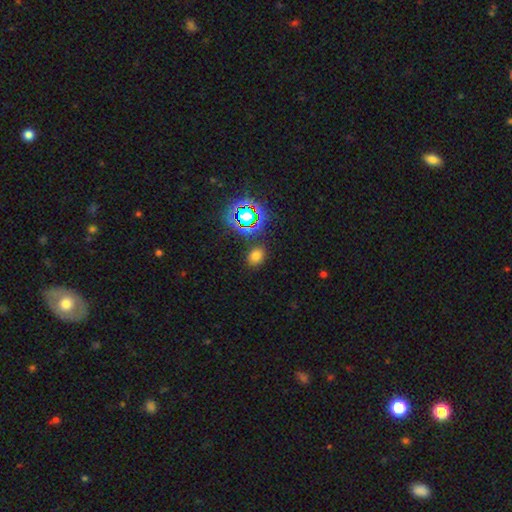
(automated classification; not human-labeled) smooth_or_featured: smooth (p=0.67) [alt: star or artifact p=0.26]
how_rounded: in between (p=0.55) [alt: round p=0.43]
merging: none (p=0.84) [alt: minor disturbance p=0.10]